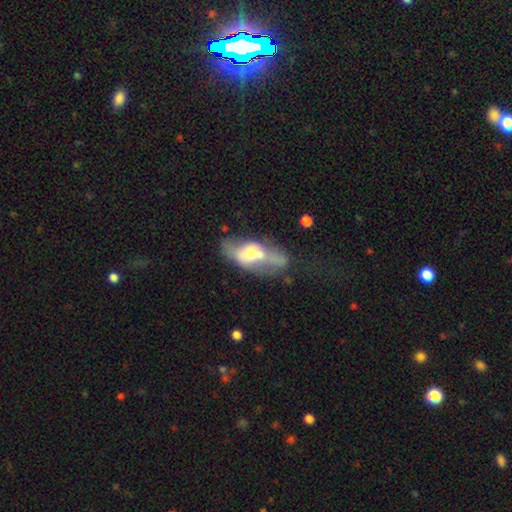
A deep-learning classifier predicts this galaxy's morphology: Overall: featured or disk (56%; smooth 35%). Edge-on disk: no (74%). Merging: none (31%; major disturbance 26%).